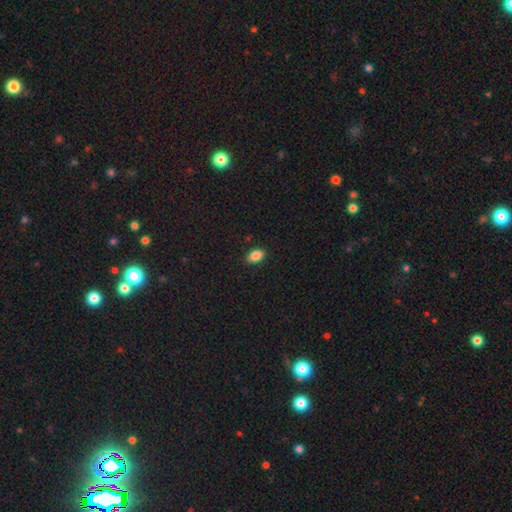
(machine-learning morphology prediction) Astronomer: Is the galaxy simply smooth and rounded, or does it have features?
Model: smooth — 87%.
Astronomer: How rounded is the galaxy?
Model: in between — 87%.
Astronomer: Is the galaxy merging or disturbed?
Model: none — 89%.